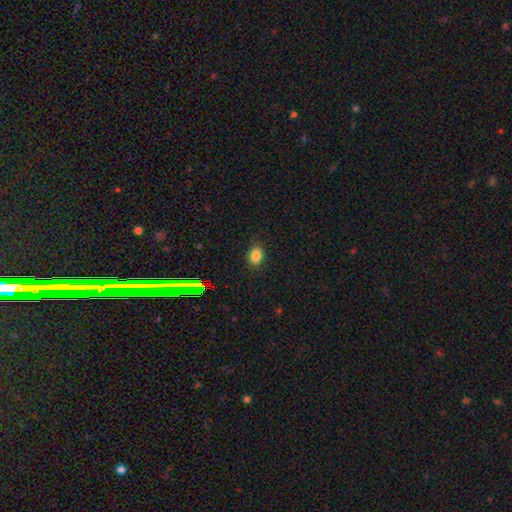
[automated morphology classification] smooth_or_featured: smooth (p=0.82) [alt: star or artifact p=0.12]
how_rounded: in between (p=0.72) [alt: round p=0.27]
merging: none (p=0.87) [alt: minor disturbance p=0.10]